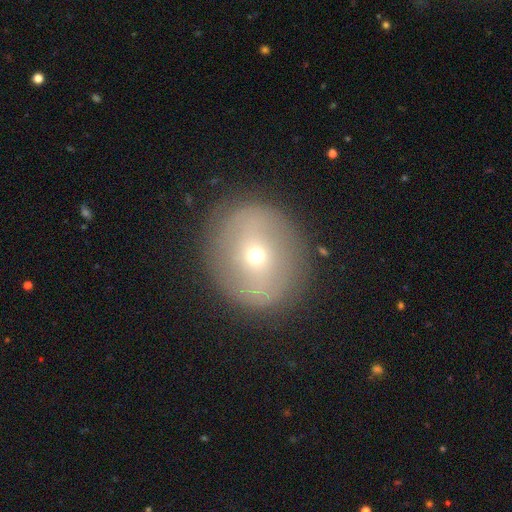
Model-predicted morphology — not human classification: Overall: featured or disk (49%; smooth 39%). Merging: none (85%).